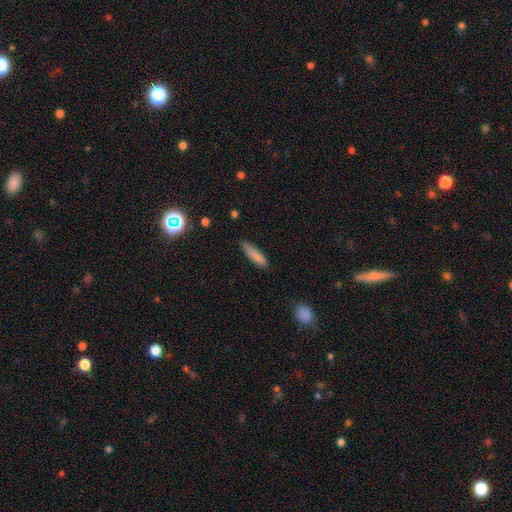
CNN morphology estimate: This is clearly a smooth galaxy (84%). How rounded: likely cigar-shaped (71%). Merging: likely none (78%).